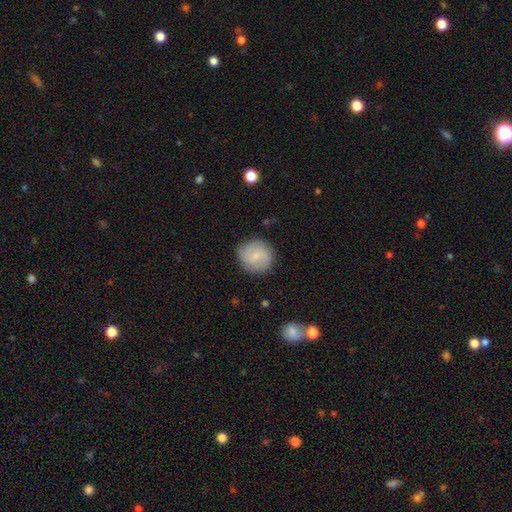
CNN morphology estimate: Q: Smooth or featured?
A: smooth (57%); runner-up: featured or disk (35%)
Q: How rounded?
A: round (90%); runner-up: in between (9%)
Q: Merging?
A: none (83%); runner-up: minor disturbance (12%)